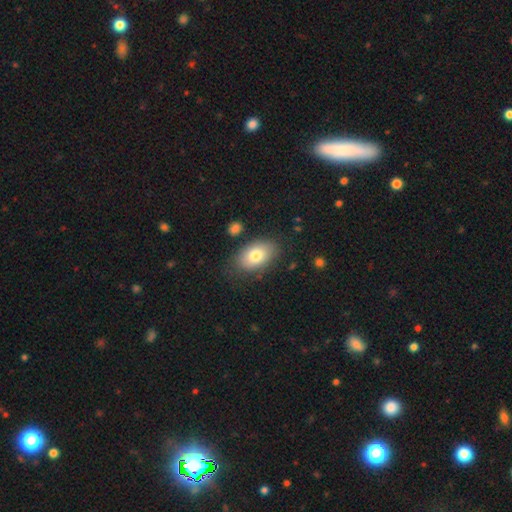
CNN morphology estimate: Overall: smooth (78%). How rounded: in between (91%). Merging: none (78%).